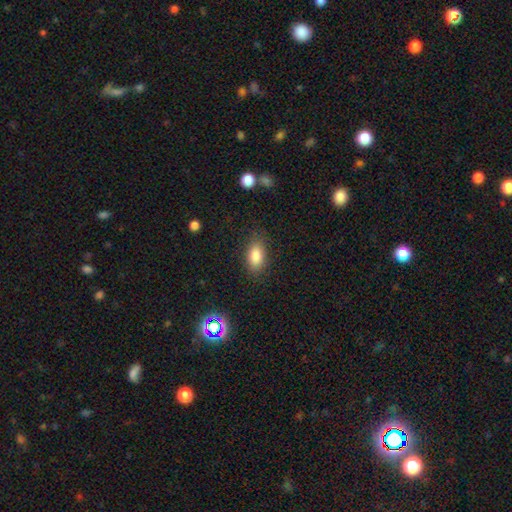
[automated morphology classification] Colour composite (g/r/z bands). It shows a smooth galaxy with no disk features (84%) that is in between round and cigar-shaped (89%). Merging: none (83%).